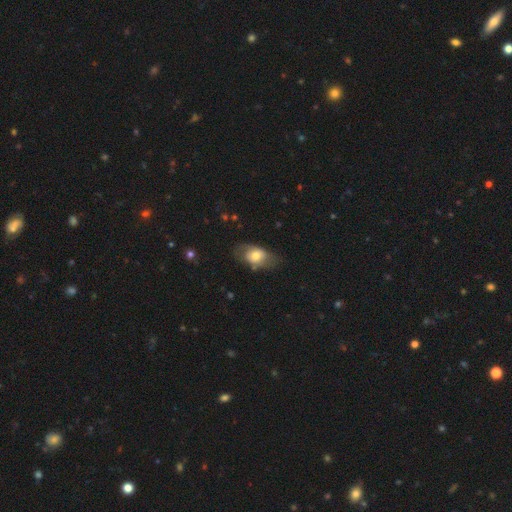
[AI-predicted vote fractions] Overall: smooth (62%; featured or disk 31%). How rounded: in between (81%). Merging: none (63%; minor disturbance 24%).